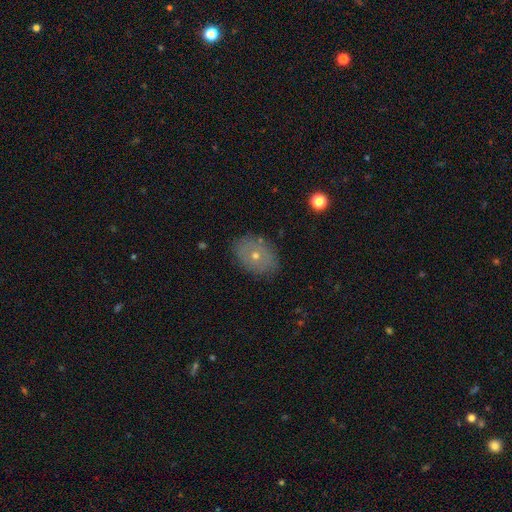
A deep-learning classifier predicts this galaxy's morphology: Smooth or featured: smooth — 54% (featured or disk — 34%)
How rounded: in between — 72% (round — 27%)
Merging: none — 84% (minor disturbance — 12%)